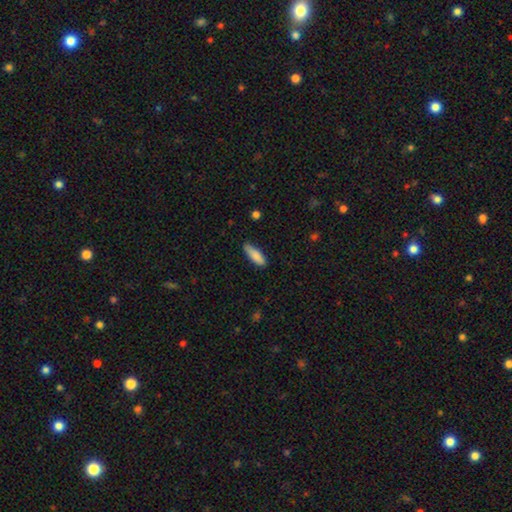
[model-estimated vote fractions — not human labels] Overall: smooth (86%). How rounded: in between (51%; cigar-shaped 47%). Merging: none (81%).